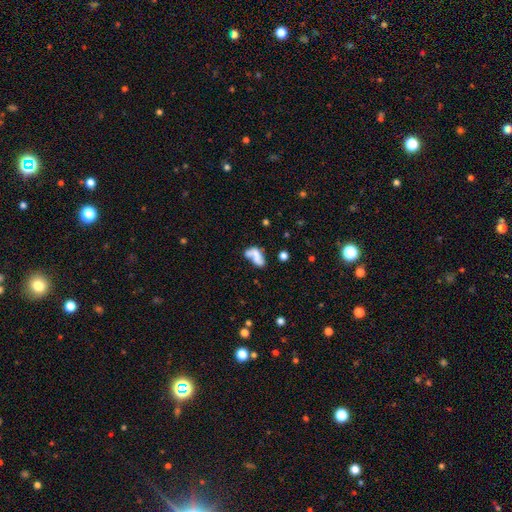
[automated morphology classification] Smooth or featured? smooth (51%)
How rounded? in between (85%)
Merging? merger (34%)